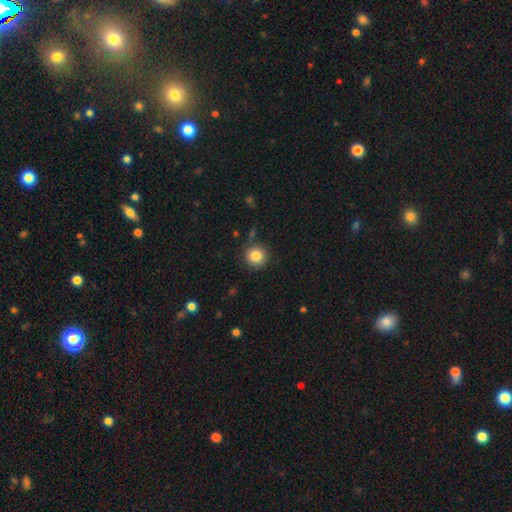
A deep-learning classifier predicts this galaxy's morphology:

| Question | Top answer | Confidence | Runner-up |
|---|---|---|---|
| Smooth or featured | smooth | 83% | star or artifact (10%) |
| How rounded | round | 95% | in between (5%) |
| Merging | none | 87% | minor disturbance (8%) |